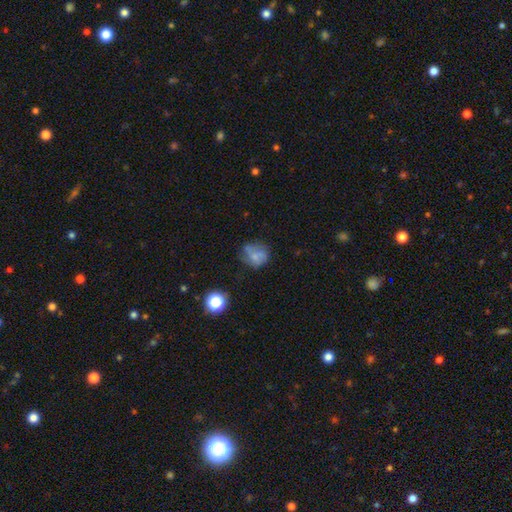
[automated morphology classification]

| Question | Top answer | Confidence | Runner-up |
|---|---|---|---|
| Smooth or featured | smooth | 63% | featured or disk (24%) |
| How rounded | round | 68% | in between (31%) |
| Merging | none | 46% | minor disturbance (30%) |